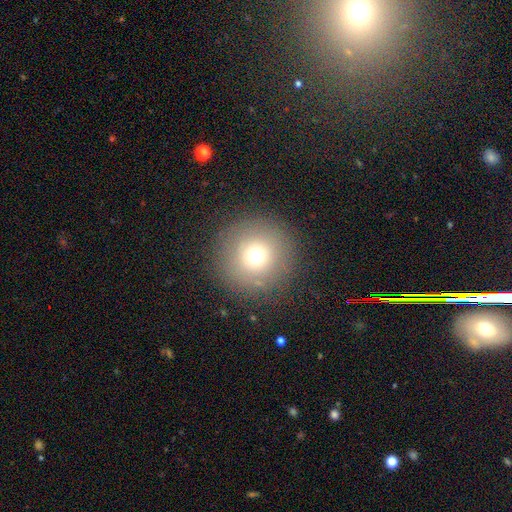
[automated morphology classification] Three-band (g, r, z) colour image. It shows a smooth galaxy with no disk features (69%) that is round (96%). Merging: none (88%).